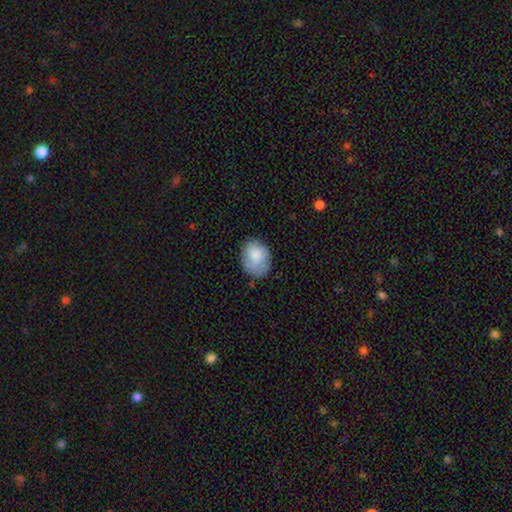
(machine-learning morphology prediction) Smooth or featured?
  - smooth: 81% *
  - featured or disk: 12%
  - star or artifact: 7%
How rounded?
  - in between: 57% *
  - round: 42%
  - cigar-shaped: 1%
Merging?
  - none: 69% *
  - minor disturbance: 23%
  - major disturbance: 6%
  - merger: 2%